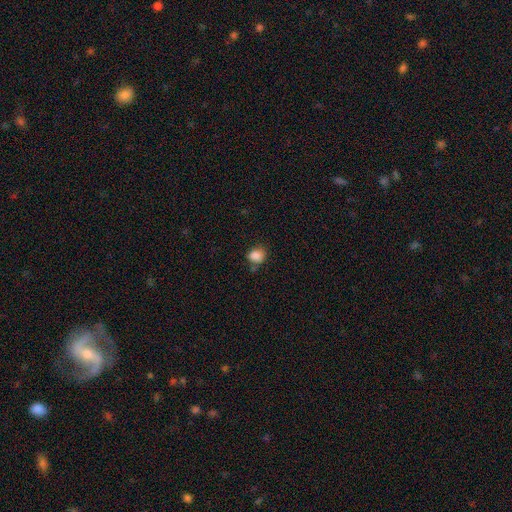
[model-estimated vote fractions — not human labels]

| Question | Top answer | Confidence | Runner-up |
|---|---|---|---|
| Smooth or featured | smooth | 86% | star or artifact (10%) |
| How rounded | round | 56% | in between (43%) |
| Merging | none | 63% | minor disturbance (24%) |